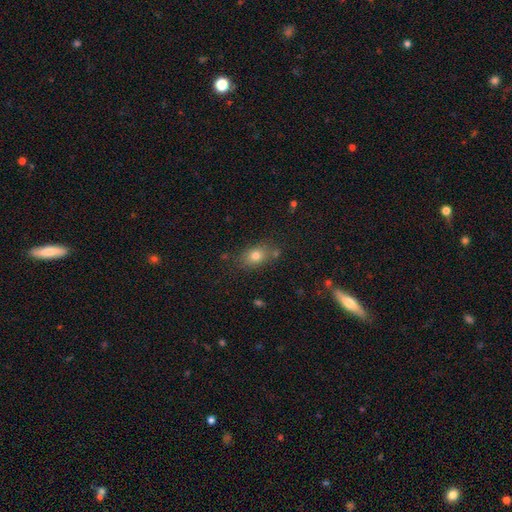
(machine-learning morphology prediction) A smooth galaxy with no disk features (77%) that is in between round and cigar-shaped (72%). Merging: none (73%).